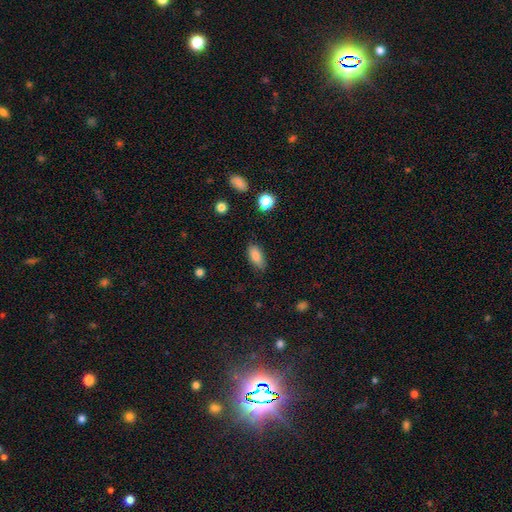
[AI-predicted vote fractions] smooth 85%, star or artifact 8%, featured or disk 7%. Down the decision tree: how rounded — in between (86%); merging — none (80%).